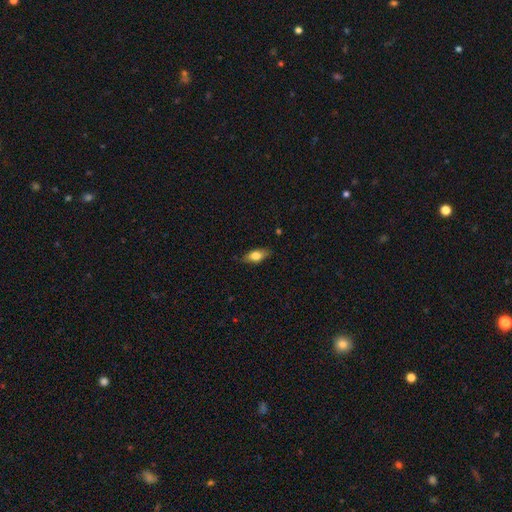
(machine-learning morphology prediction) This appears to be a smooth galaxy with no disk features (72%) that is in between round and cigar-shaped (79%). Merging: none (83%).